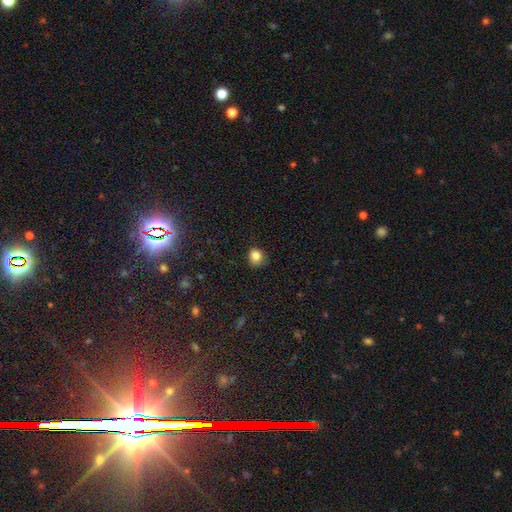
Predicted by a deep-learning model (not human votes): This is clearly a smooth galaxy (84%). How rounded: clearly round (81%). Merging: likely none (75%).